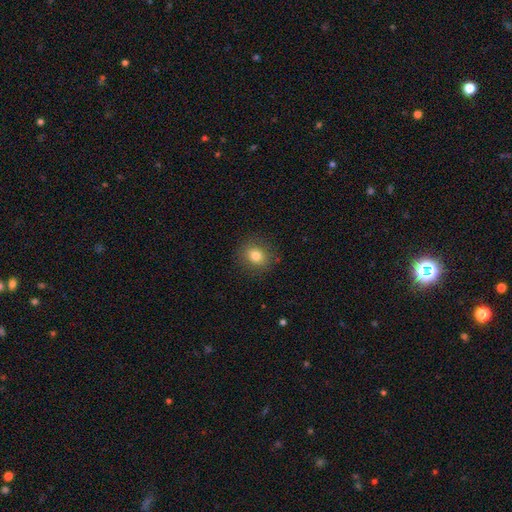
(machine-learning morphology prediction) smooth 80%, star or artifact 11%, featured or disk 9%. Down the decision tree: how rounded — round (68%); merging — none (88%).